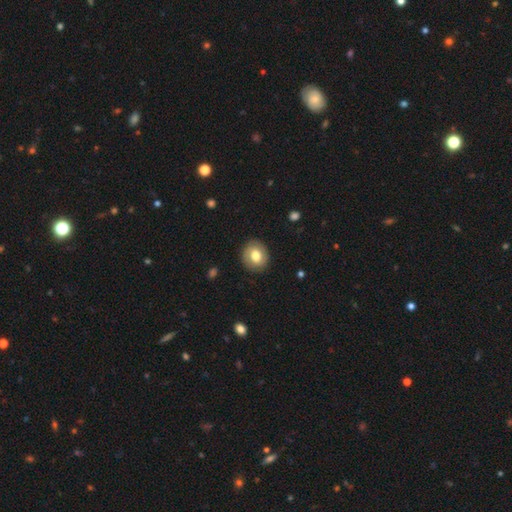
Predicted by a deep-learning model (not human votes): Smooth or featured? smooth (71%)
How rounded? round (72%)
Merging? none (87%)